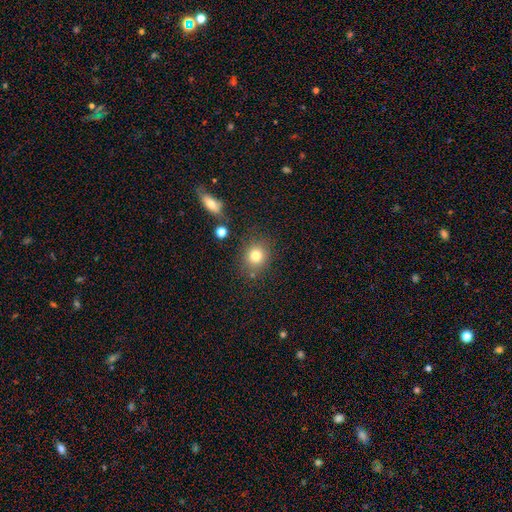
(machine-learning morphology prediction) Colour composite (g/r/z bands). It shows a smooth galaxy with no disk features (79%) that is round (80%). Merging: none (79%).